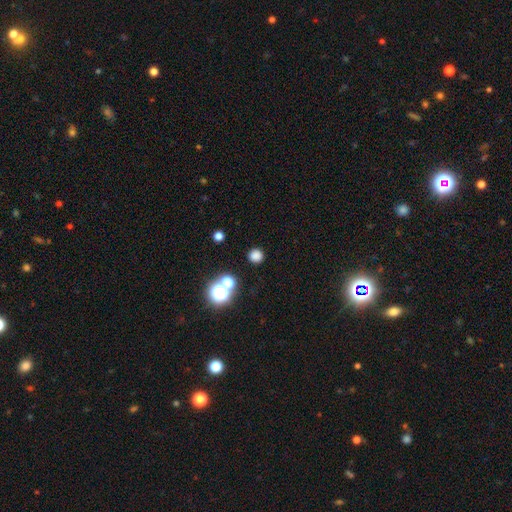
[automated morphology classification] The model was most divided on "smooth or featured": smooth: 76%, star or artifact: 19%, featured or disk: 5%. More confident: how rounded — round (92%); merging — none (86%).